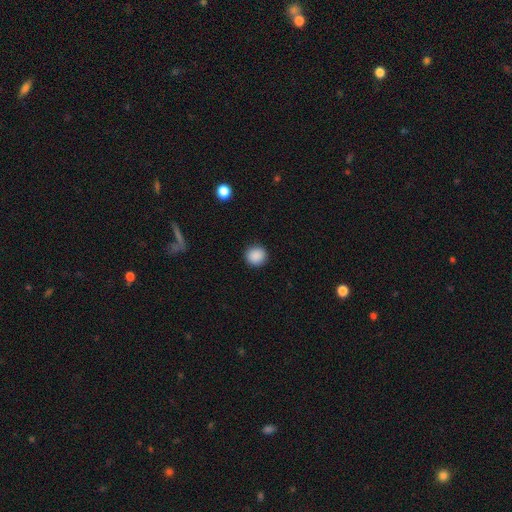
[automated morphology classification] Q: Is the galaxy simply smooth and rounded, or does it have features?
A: smooth — 89%.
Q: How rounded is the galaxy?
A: round — 93%.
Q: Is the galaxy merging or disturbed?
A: none — 92%.